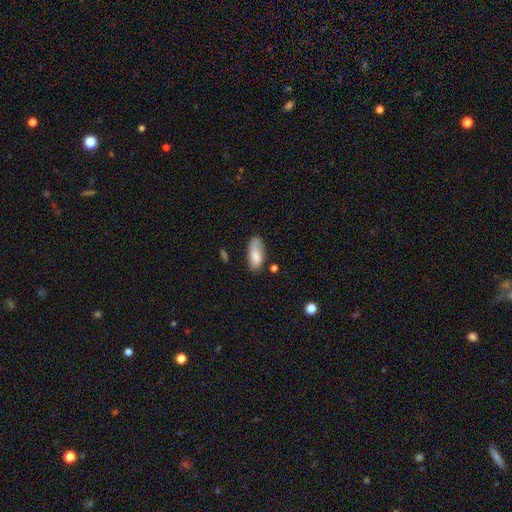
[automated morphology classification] This is likely a smooth galaxy (78%). How rounded: clearly in between (87%). Merging: likely none (62%).